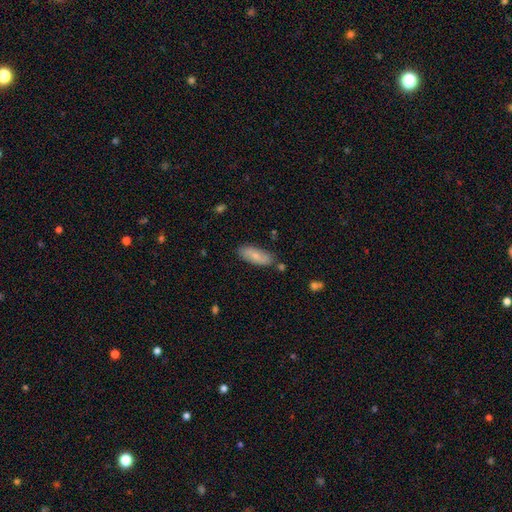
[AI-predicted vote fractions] Smooth or featured?
  - smooth: 68% *
  - featured or disk: 26%
  - star or artifact: 6%
How rounded?
  - in between: 74% *
  - cigar-shaped: 24%
  - round: 2%
Merging?
  - none: 77% *
  - minor disturbance: 16%
  - merger: 4%
  - major disturbance: 3%